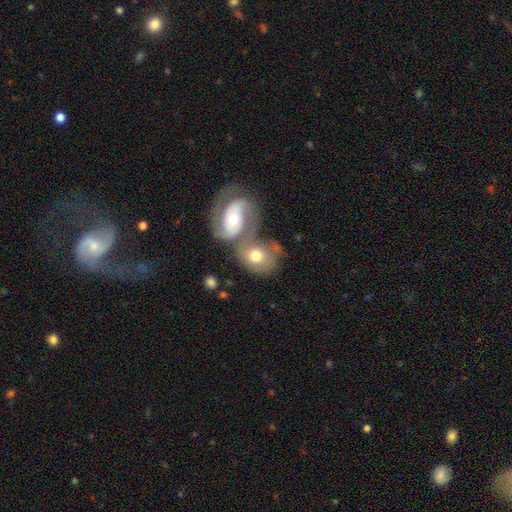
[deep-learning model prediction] Morphology: type=featured or disk (49%); merging=merger (60%).